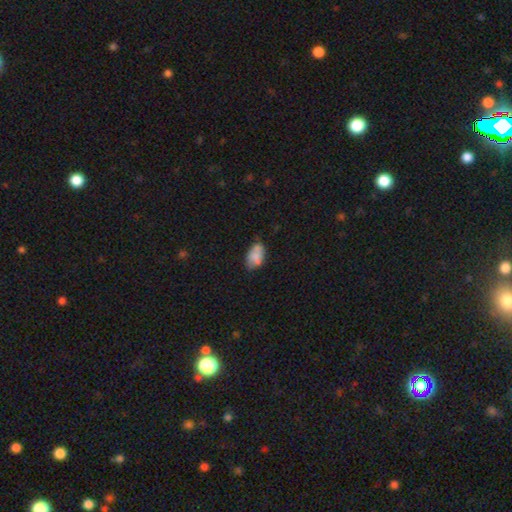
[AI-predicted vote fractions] Smooth or featured? smooth (75%)
How rounded? in between (92%)
Merging? none (57%)